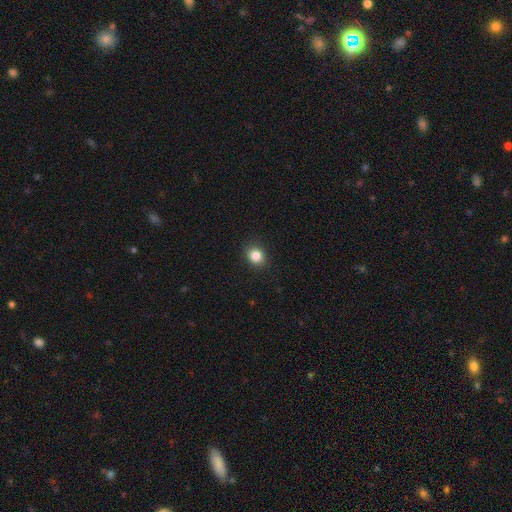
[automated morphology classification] smooth_or_featured: smooth (p=0.84) [alt: star or artifact p=0.11]
how_rounded: round (p=0.67) [alt: in between p=0.32]
merging: none (p=0.89) [alt: minor disturbance p=0.08]